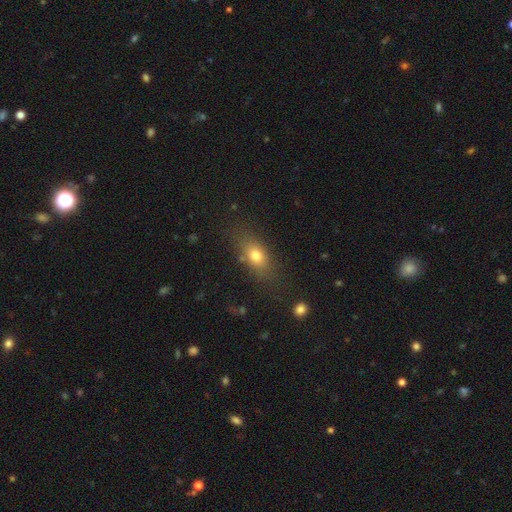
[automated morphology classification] The model was most divided on "how rounded": in between: 74%, round: 14%, cigar-shaped: 12%. More confident: merging — none (77%); smooth or featured — smooth (74%).